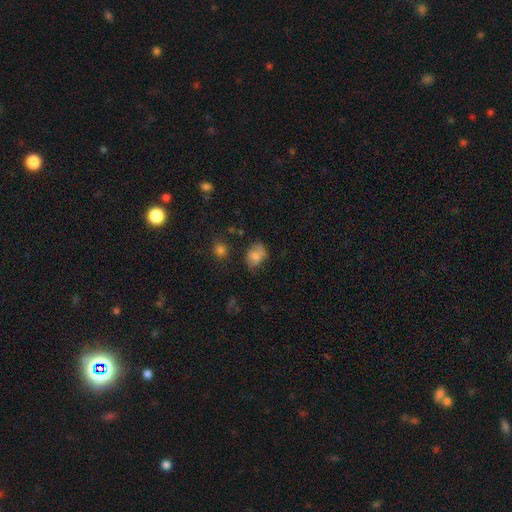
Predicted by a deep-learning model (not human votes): The model was most divided on "merging": none: 52%, minor disturbance: 31%, major disturbance: 12%, merger: 5%. More confident: how rounded — in between (72%); smooth or featured — smooth (72%).